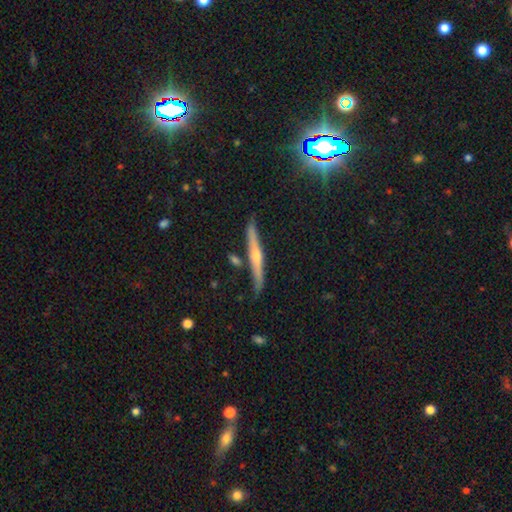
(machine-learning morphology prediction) This is likely a featured or disk galaxy (72%). It is clearly viewed edge-on (96%). Edge-on bulge: clearly rounded (84%). Merging: clearly none (84%).